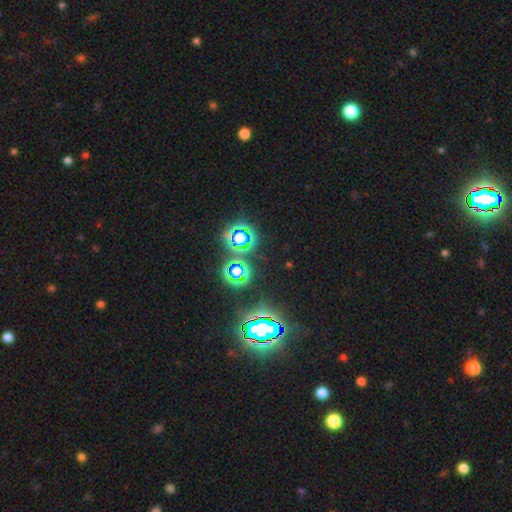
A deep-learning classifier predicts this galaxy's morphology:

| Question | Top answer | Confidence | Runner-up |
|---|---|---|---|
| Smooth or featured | star or artifact | 81% | smooth (13%) |